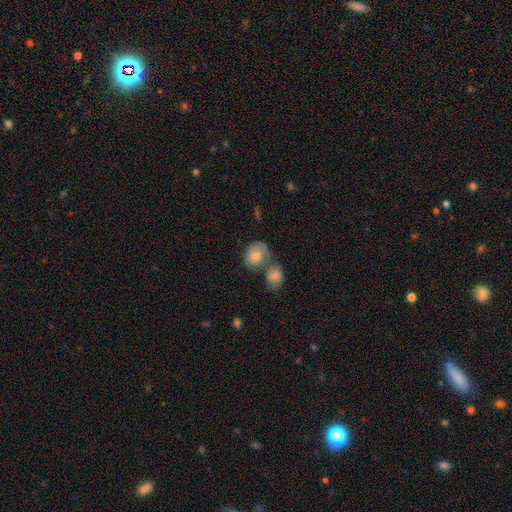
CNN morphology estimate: The model was most divided on "how rounded": in between: 53%, round: 46%, cigar-shaped: 1%. Remaining: smooth or featured — smooth (61%); merging — merger (46%).